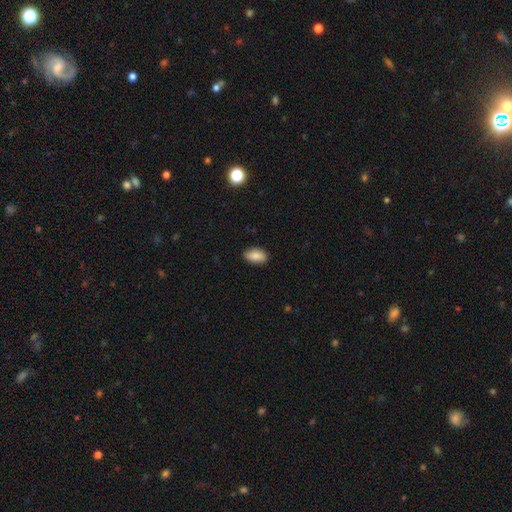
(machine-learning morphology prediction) A smooth galaxy with no disk features (85%) that is in between round and cigar-shaped (91%). Merging: none (87%).